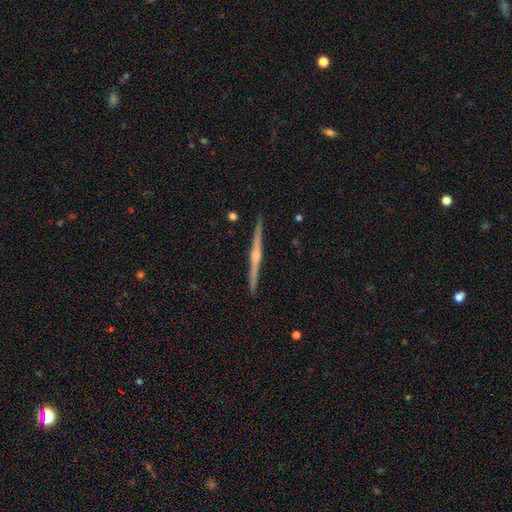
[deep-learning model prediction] Smooth or featured? Predicted: featured or disk (p=0.84). Edge-on disk? Predicted: yes (p=0.99). Edge-on bulge? Predicted: rounded (p=0.82). Merging? Predicted: none (p=0.93).